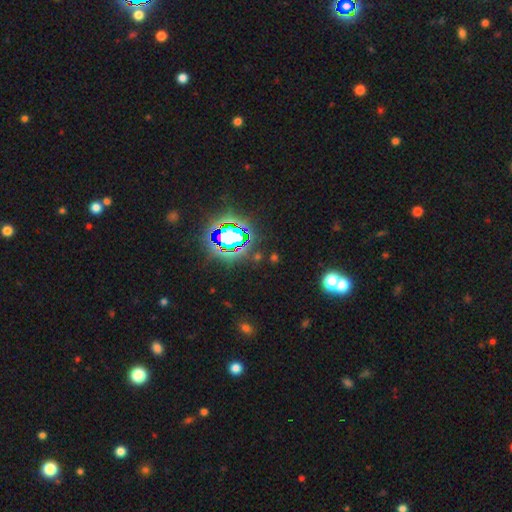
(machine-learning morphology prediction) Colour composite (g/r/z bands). It shows a star or artifact, not a galaxy (73%).